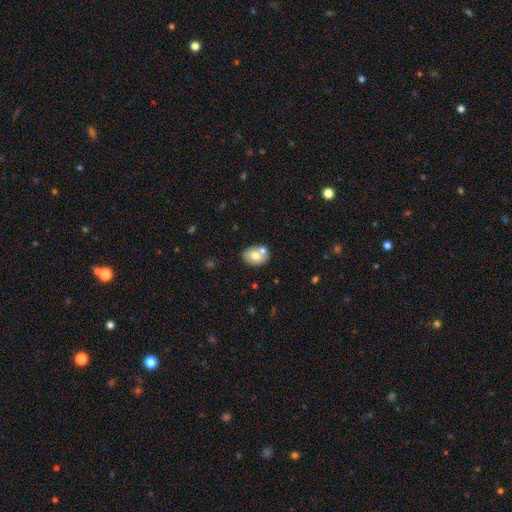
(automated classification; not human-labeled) Smooth or featured?
  - smooth: 67% *
  - featured or disk: 25%
  - star or artifact: 8%
How rounded?
  - in between: 66% *
  - round: 33%
  - cigar-shaped: 1%
Merging?
  - none: 61% *
  - merger: 23%
  - minor disturbance: 13%
  - major disturbance: 3%